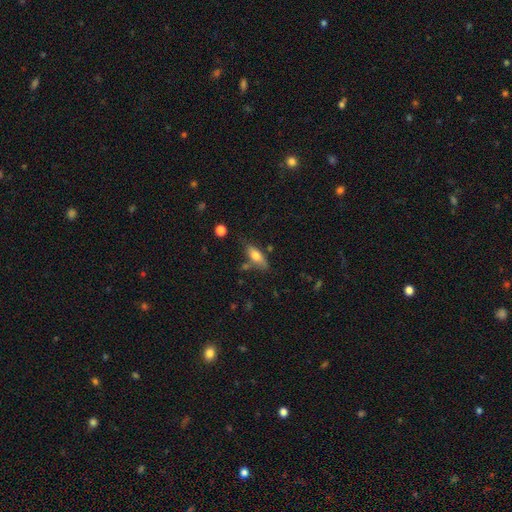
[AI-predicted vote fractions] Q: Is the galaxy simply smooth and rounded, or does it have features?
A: smooth — 67%.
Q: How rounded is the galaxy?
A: in between — 66%.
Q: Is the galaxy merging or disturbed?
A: none — 66%.